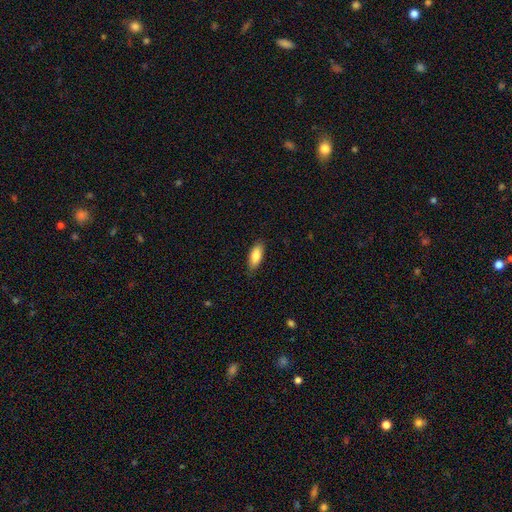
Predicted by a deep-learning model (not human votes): Smooth or featured? smooth (84%)
How rounded? in between (76%)
Merging? none (84%)